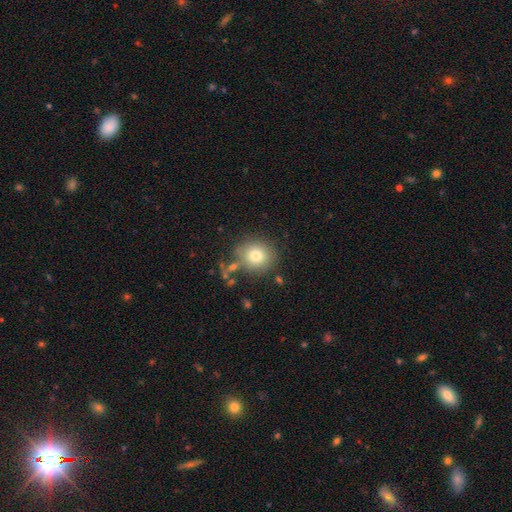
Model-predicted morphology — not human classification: smooth 78%, star or artifact 11%, featured or disk 11%. Down the decision tree: how rounded — round (86%); merging — none (77%).